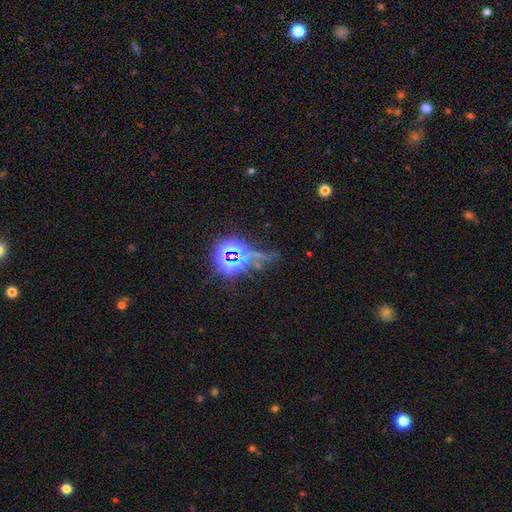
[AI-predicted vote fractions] Q: Smooth or featured?
A: star or artifact (77%); runner-up: smooth (13%)